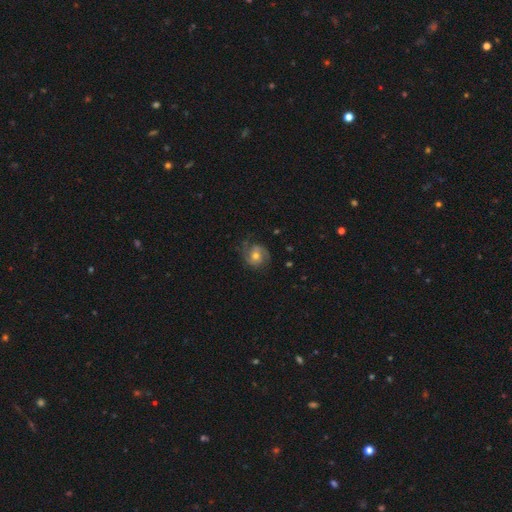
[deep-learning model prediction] A featured or disk galaxy (76%) with no bar (63%), 2 (77%) medium (46%) spiral arms (94%) and a moderate central bulge (67%). Merging: none (72%).